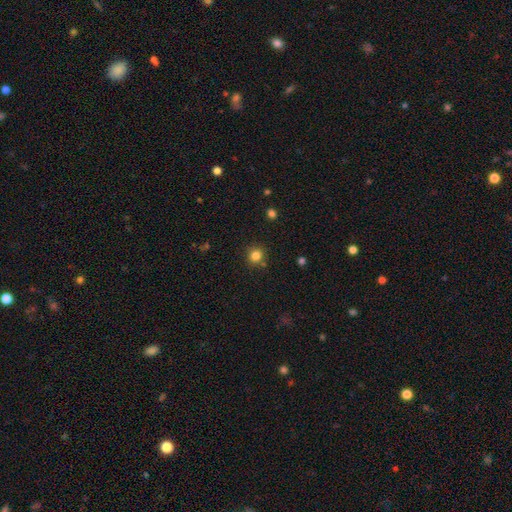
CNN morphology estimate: Overall: smooth (82%). How rounded: round (88%). Merging: none (83%).